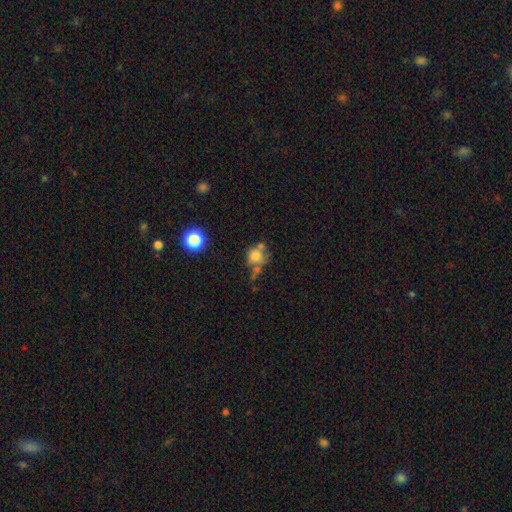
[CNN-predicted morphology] Smooth or featured: smooth — 70% (featured or disk — 17%)
How rounded: round — 77% (in between — 22%)
Merging: none — 41% (merger — 29%)